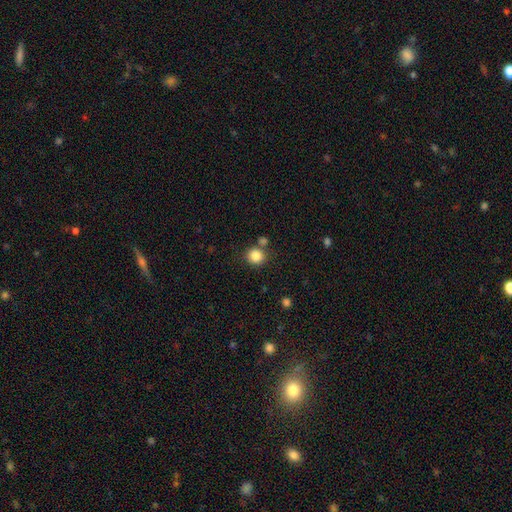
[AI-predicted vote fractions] A smooth galaxy with no disk features (85%) that is round (85%).

Vote fractions:
- Smooth or featured? smooth: 85% / star or artifact: 10% / featured or disk: 5%
- How rounded? round: 85% / in between: 14% / cigar-shaped: 1%
- Merging? none: 74% / merger: 13% / minor disturbance: 10% / major disturbance: 3%